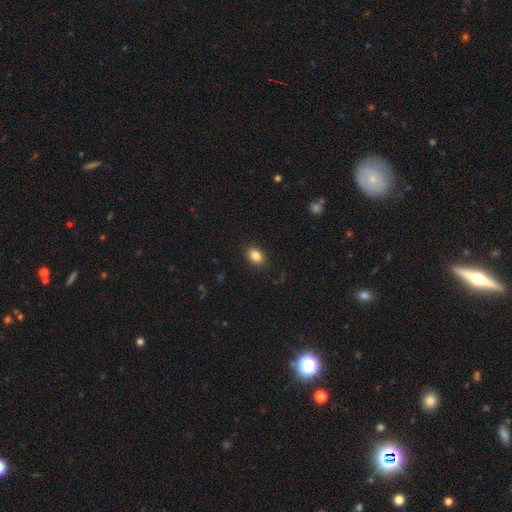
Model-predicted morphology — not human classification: smooth_or_featured: smooth (p=0.85) [alt: star or artifact p=0.09]
how_rounded: in between (p=0.74) [alt: round p=0.25]
merging: none (p=0.89) [alt: minor disturbance p=0.08]